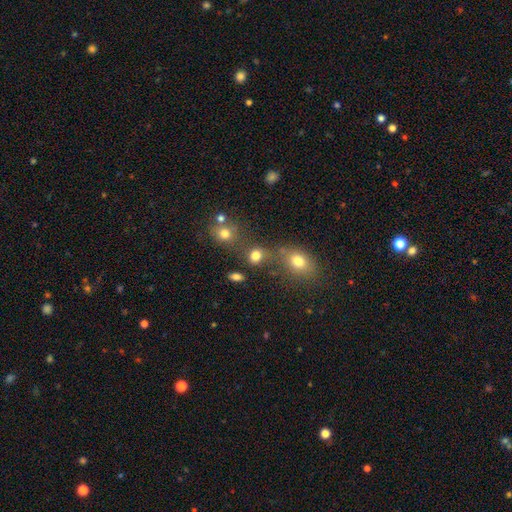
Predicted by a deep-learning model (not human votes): Q: Smooth or featured?
A: smooth (76%); runner-up: star or artifact (16%)
Q: How rounded?
A: round (65%); runner-up: in between (33%)
Q: Merging?
A: none (56%); runner-up: merger (25%)